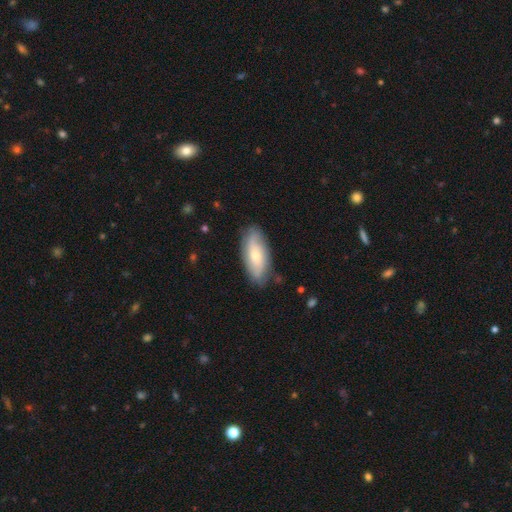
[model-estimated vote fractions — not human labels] Smooth or featured?
  - smooth: 51% *
  - featured or disk: 42%
  - star or artifact: 6%
How rounded?
  - in between: 83% *
  - cigar-shaped: 15%
  - round: 3%
Merging?
  - none: 79% *
  - minor disturbance: 16%
  - major disturbance: 3%
  - merger: 2%